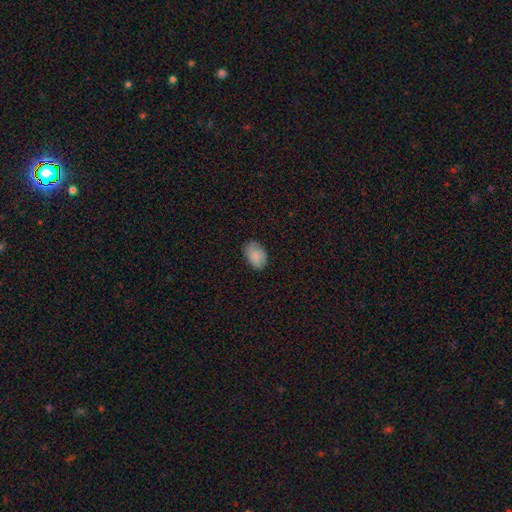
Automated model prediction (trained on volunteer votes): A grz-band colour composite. It shows a smooth galaxy with no disk features (85%) that is in between round and cigar-shaped (87%). Merging: none (76%).